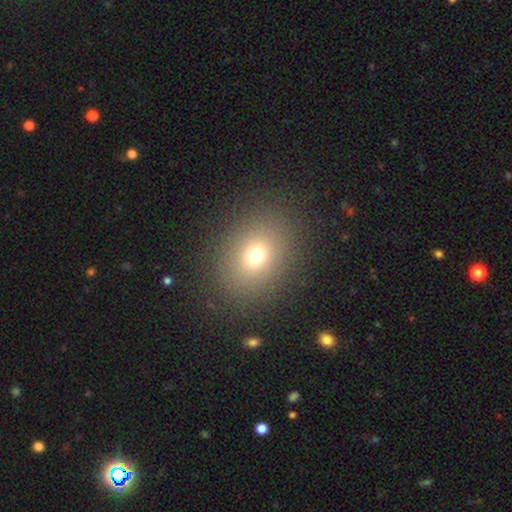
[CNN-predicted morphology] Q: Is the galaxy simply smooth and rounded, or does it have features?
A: smooth — 71%.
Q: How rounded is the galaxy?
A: round — 54%.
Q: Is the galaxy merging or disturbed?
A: none — 87%.